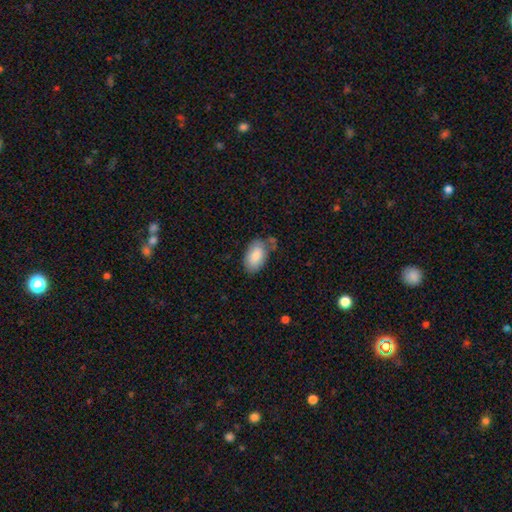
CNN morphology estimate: Smooth or featured? smooth (84%)
How rounded? in between (94%)
Merging? none (66%)